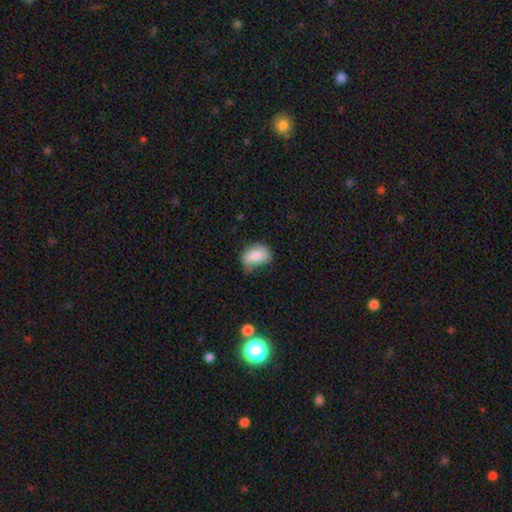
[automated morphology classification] smooth 77%, featured or disk 15%, star or artifact 8%. Down the decision tree: how rounded — in between (80%); merging — none (46%).